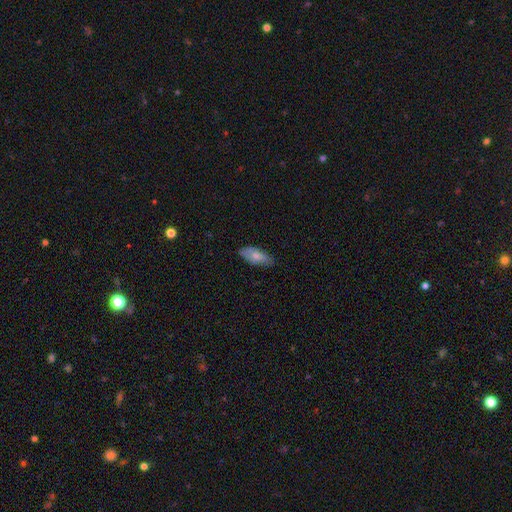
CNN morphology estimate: Smooth or featured: smooth — 77% (featured or disk — 17%)
How rounded: in between — 81% (cigar-shaped — 16%)
Merging: none — 76% (minor disturbance — 19%)